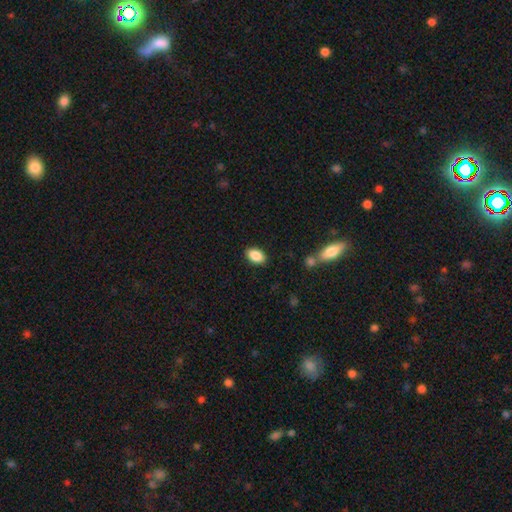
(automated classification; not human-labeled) smooth 88%, star or artifact 7%, featured or disk 5%. Down the decision tree: how rounded — in between (91%); merging — none (87%).